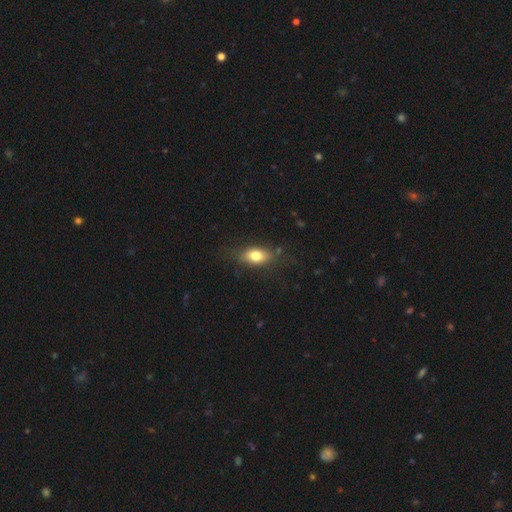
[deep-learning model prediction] Smooth or featured?
  - smooth: 76% *
  - featured or disk: 15%
  - star or artifact: 8%
How rounded?
  - in between: 83% *
  - round: 11%
  - cigar-shaped: 7%
Merging?
  - none: 76% *
  - minor disturbance: 17%
  - major disturbance: 5%
  - merger: 2%